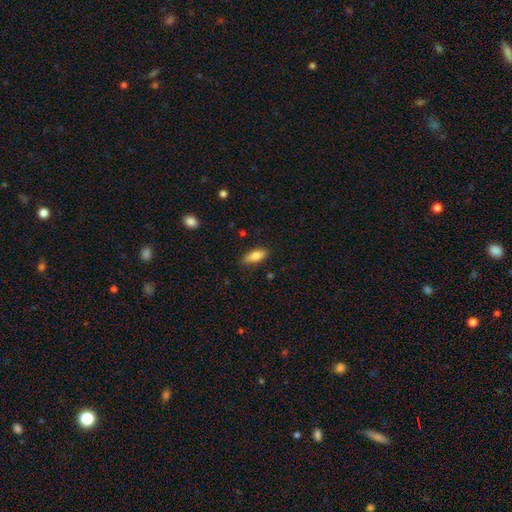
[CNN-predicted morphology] Smooth or featured: smooth — 80% (featured or disk — 13%)
How rounded: in between — 71% (cigar-shaped — 27%)
Merging: none — 83% (minor disturbance — 13%)